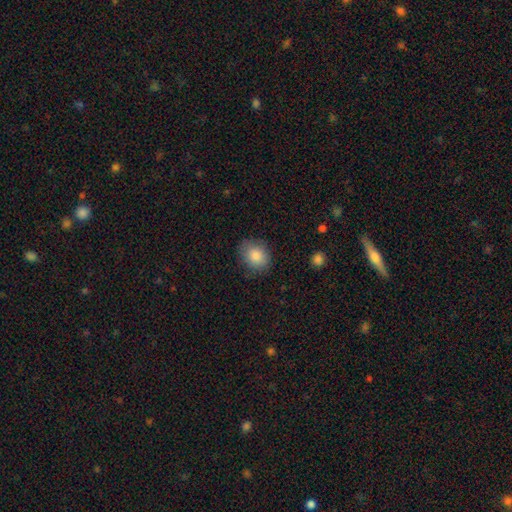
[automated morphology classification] Smooth or featured?
  - smooth: 85% *
  - star or artifact: 8%
  - featured or disk: 7%
How rounded?
  - round: 56% *
  - in between: 43%
  - cigar-shaped: 1%
Merging?
  - none: 81% *
  - minor disturbance: 14%
  - major disturbance: 3%
  - merger: 1%